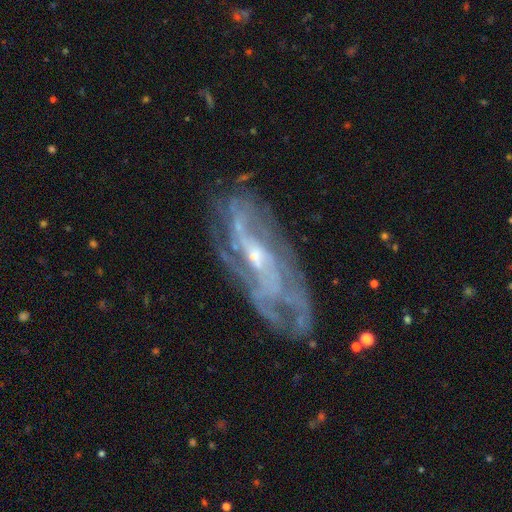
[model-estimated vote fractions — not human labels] Smooth or featured?
  - featured or disk: 80% *
  - smooth: 11%
  - star or artifact: 9%
Edge-on disk?
  - no: 83% *
  - yes: 17%
Bar?
  - no: 46% *
  - weak: 37%
  - strong: 17%
Spiral arms?
  - yes: 83% *
  - no: 17%
Spiral winding?
  - tight: 46% *
  - medium: 36%
  - loose: 19%
Spiral arm count?
  - can't tell: 51% *
  - 2: 20%
  - 3: 11%
  - 4: 8%
  - more than 4: 5%
  - 1: 5%
Bulge size?
  - small: 65% *
  - moderate: 29%
  - none: 3%
  - large: 2%
  - dominant: 1%
Merging?
  - none: 70% *
  - minor disturbance: 18%
  - major disturbance: 10%
  - merger: 2%